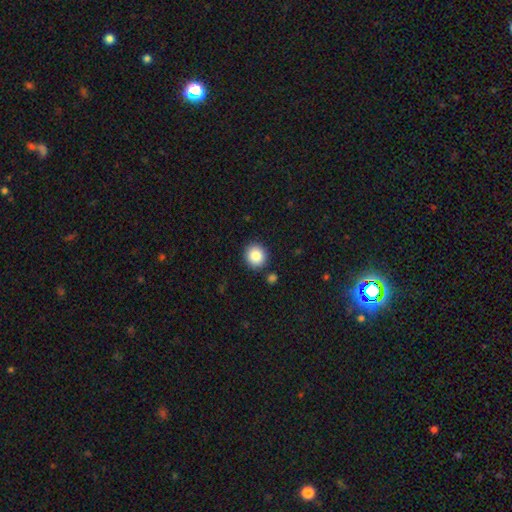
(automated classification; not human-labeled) This appears to be a smooth galaxy with no disk features (87%) that is round (88%). Merging: none (88%).